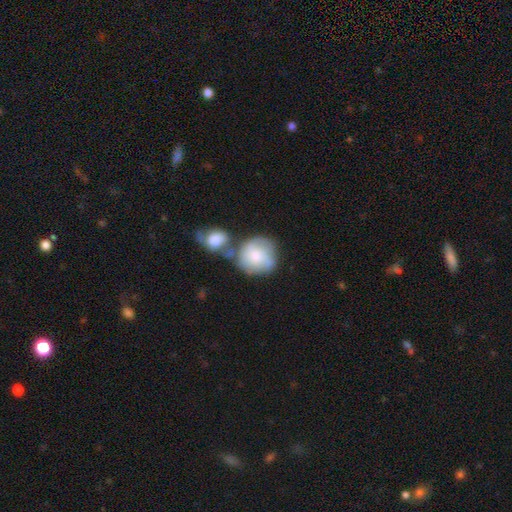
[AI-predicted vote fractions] Smooth or featured? smooth (57%)
How rounded? round (82%)
Merging? merger (38%)